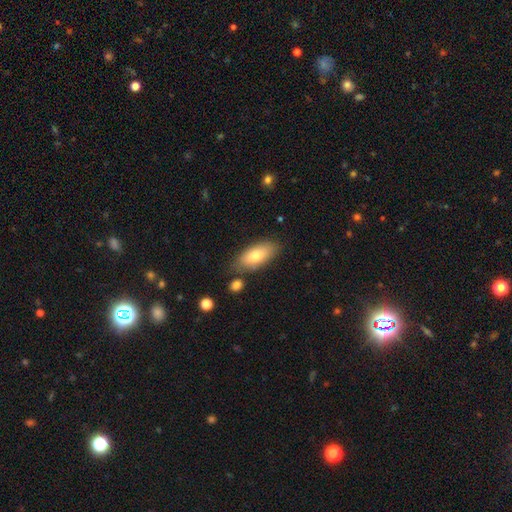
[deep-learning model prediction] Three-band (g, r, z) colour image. It shows a smooth galaxy with no disk features (75%) that is in between round and cigar-shaped (86%). Merging: none (77%).